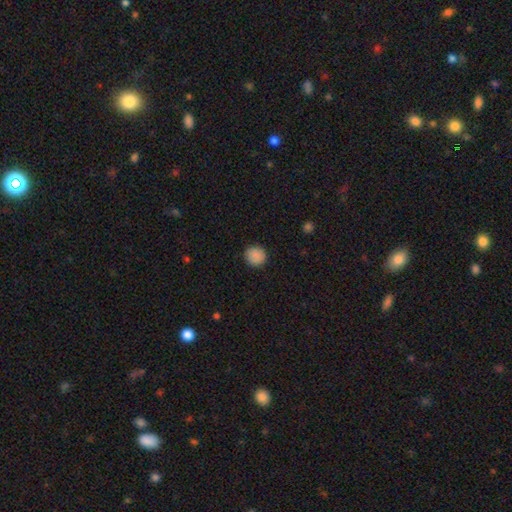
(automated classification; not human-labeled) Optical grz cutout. It shows a smooth galaxy with no disk features (88%) that is round (92%). Merging: none (91%).